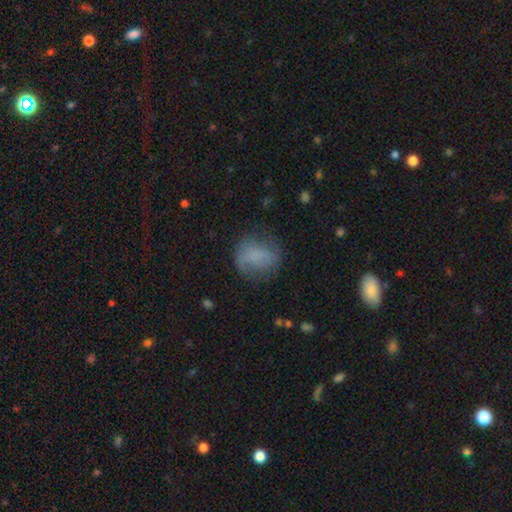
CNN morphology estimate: type=smooth (66%); roundness=round (62%); merging=none (60%).